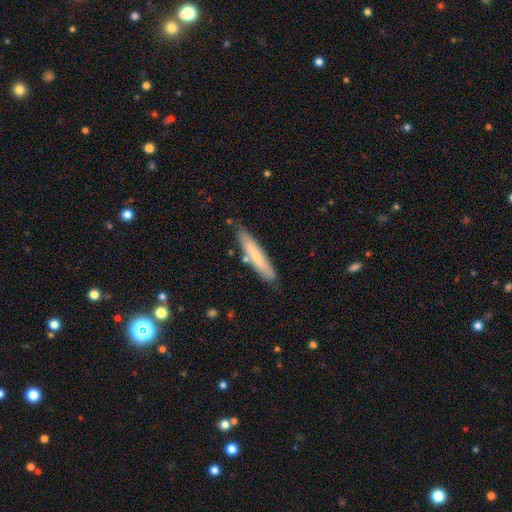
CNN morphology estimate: This appears to be a smooth galaxy with no disk features (64%) that is cigar-shaped (88%). Merging: none (80%).